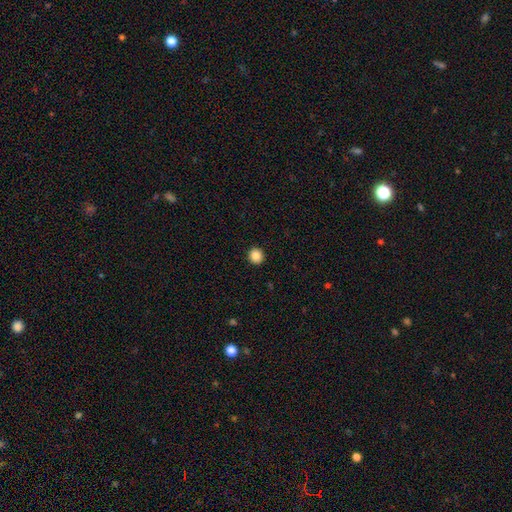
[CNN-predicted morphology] Q: Smooth or featured?
A: smooth (86%); runner-up: star or artifact (10%)
Q: How rounded?
A: round (90%); runner-up: in between (9%)
Q: Merging?
A: none (93%); runner-up: minor disturbance (4%)